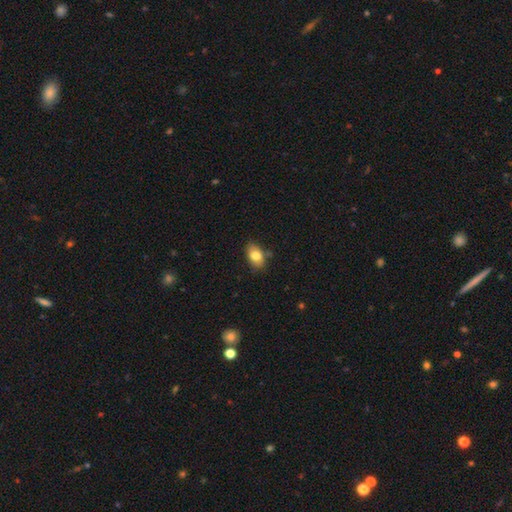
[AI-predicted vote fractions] smooth-or-featured: smooth: 79% | featured or disk: 13% | star or artifact: 8%
  how-rounded: in between: 86% | round: 12% | cigar-shaped: 2%
  merging: none: 73% | minor disturbance: 20% | major disturbance: 3% | merger: 3%